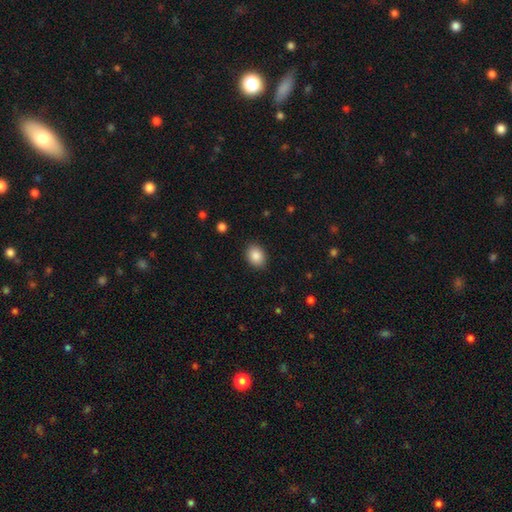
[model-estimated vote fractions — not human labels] Smooth or featured? Predicted: smooth (p=0.87). How rounded? Predicted: in between (p=0.58). Merging? Predicted: none (p=0.88).